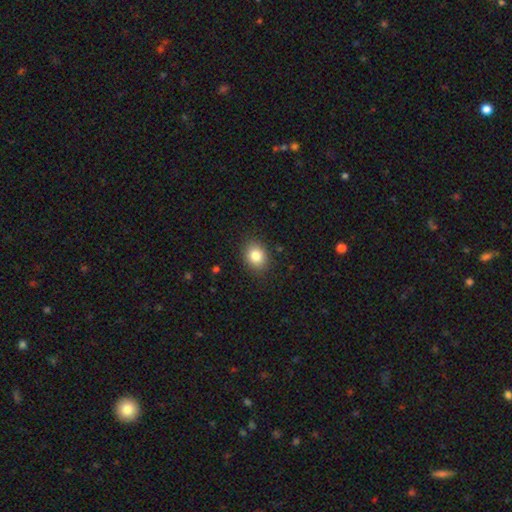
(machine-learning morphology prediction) Overall: smooth (83%). How rounded: in between (54%; round 45%). Merging: none (87%).